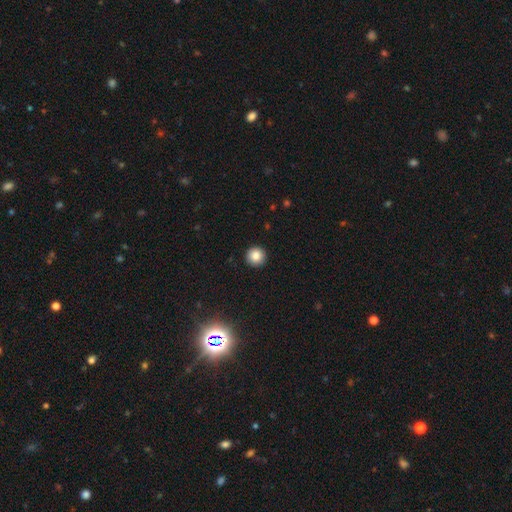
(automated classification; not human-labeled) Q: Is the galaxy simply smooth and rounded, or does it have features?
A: smooth — 85%.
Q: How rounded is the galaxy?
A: round — 95%.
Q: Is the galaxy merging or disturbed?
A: none — 92%.